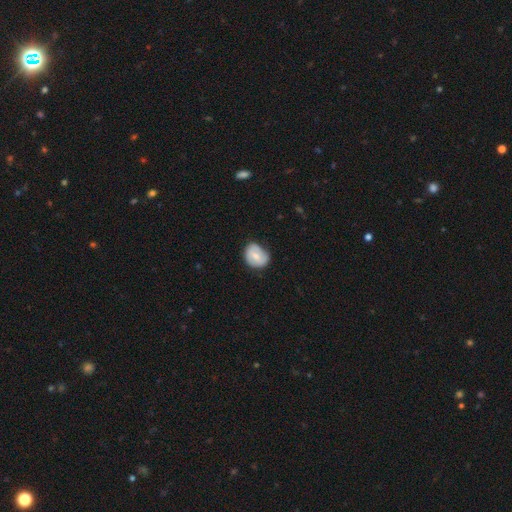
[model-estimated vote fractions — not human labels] Morphology: type=smooth (62%); roundness=round (54%); merging=none (62%).